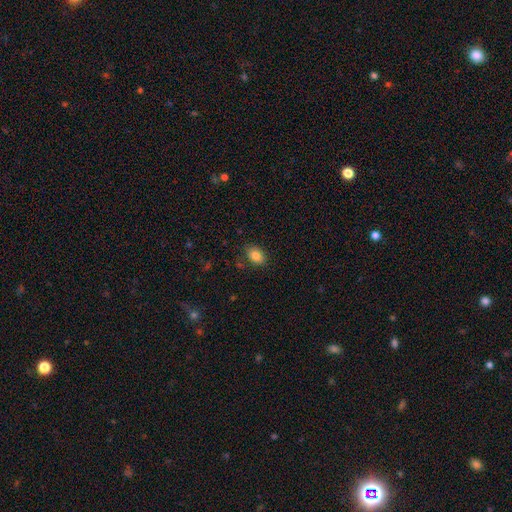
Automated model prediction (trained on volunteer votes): Overall: smooth (84%). How rounded: in between (80%). Merging: none (84%).